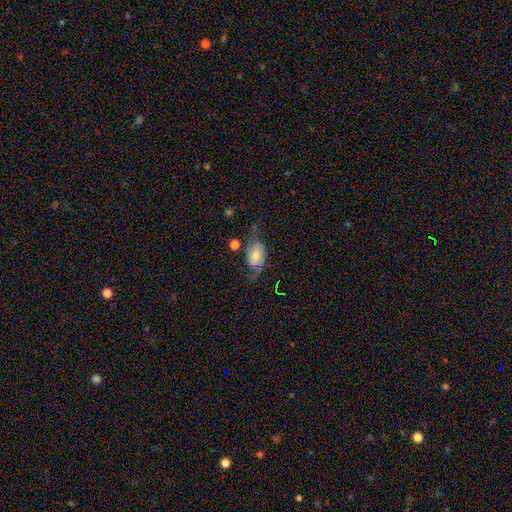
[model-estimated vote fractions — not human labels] featured or disk 57%, smooth 34%, star or artifact 9%. Down the decision tree: edge-on disk — no (94%); bar — no (57%); spiral arms — yes (83%); bulge size — moderate (48%); merging — none (52%).